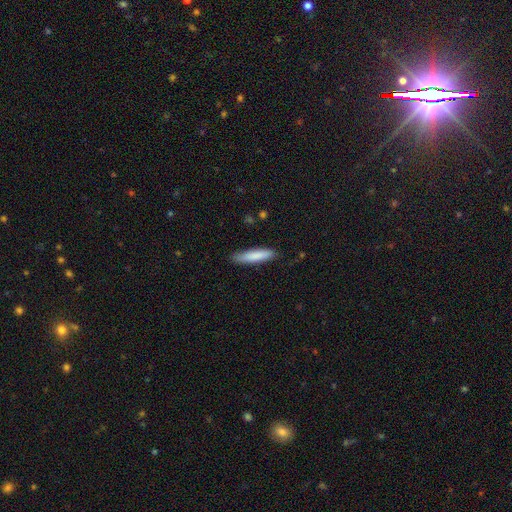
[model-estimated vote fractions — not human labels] Morphology: type=smooth (83%); roundness=cigar-shaped (81%); merging=none (83%).